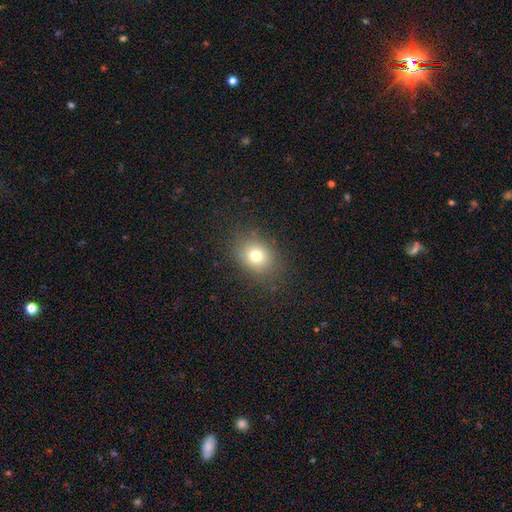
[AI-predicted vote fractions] Smooth or featured?
  - smooth: 75% *
  - star or artifact: 14%
  - featured or disk: 11%
How rounded?
  - round: 54% *
  - in between: 45%
  - cigar-shaped: 1%
Merging?
  - none: 83% *
  - minor disturbance: 11%
  - major disturbance: 5%
  - merger: 1%